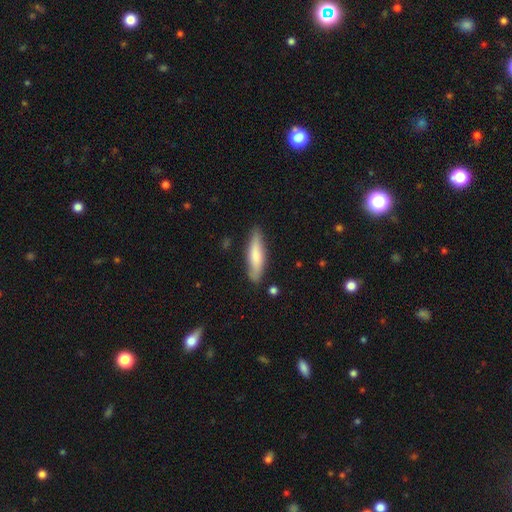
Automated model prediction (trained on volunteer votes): Smooth or featured? smooth (73%)
How rounded? cigar-shaped (69%)
Merging? none (82%)